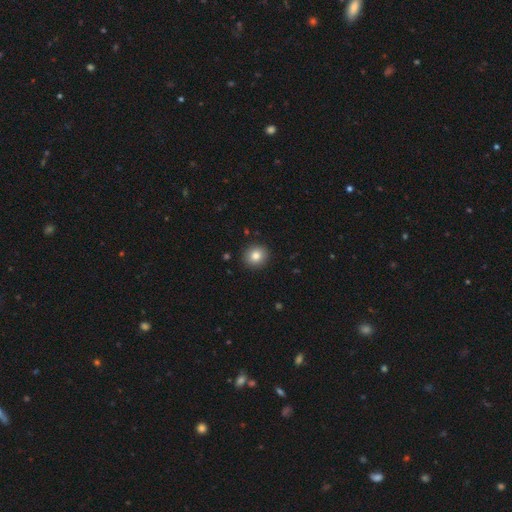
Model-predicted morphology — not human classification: smooth 83%, star or artifact 10%, featured or disk 7%. Down the decision tree: how rounded — round (87%); merging — none (92%).